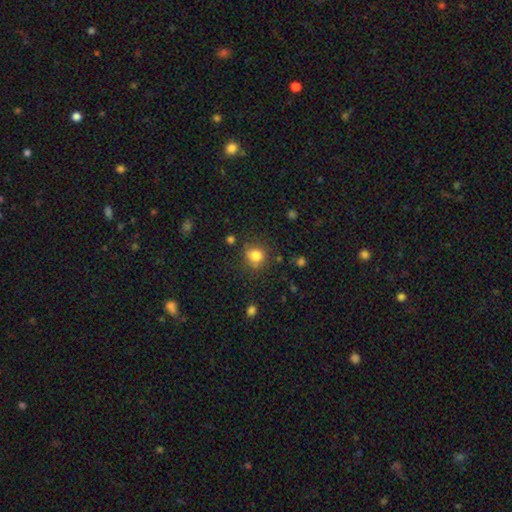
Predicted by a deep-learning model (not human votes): Overall: smooth (81%). How rounded: round (79%). Merging: none (73%).